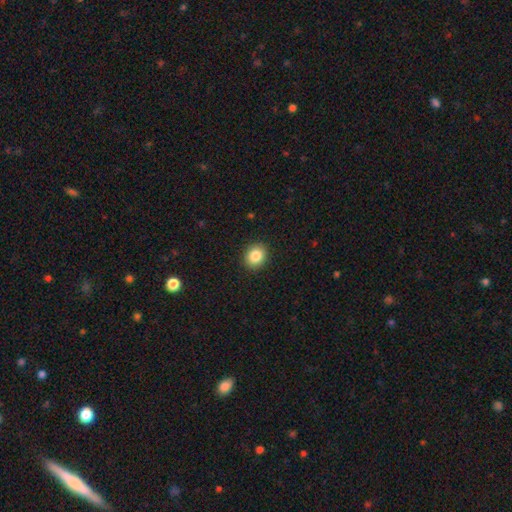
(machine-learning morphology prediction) A smooth galaxy with no disk features (85%) that is round (65%).

Vote fractions:
- Smooth or featured? smooth: 85% / star or artifact: 9% / featured or disk: 6%
- How rounded? round: 65% / in between: 34% / cigar-shaped: 1%
- Merging? none: 91% / minor disturbance: 6% / major disturbance: 2% / merger: 1%